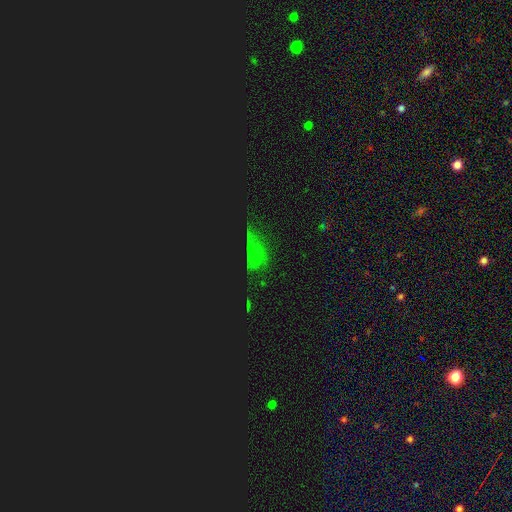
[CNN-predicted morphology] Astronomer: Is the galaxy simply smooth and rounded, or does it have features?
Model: star or artifact — 66%.